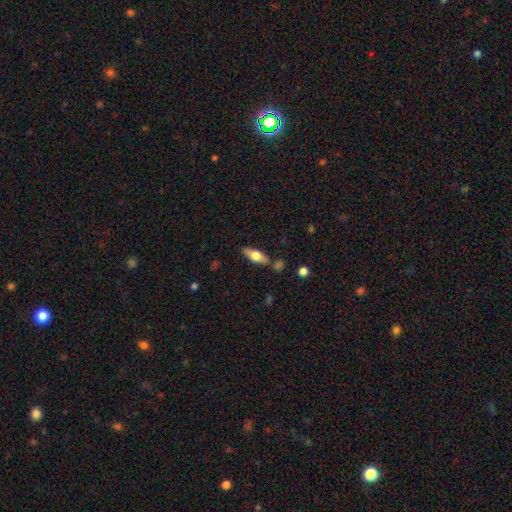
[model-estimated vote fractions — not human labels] Smooth or featured?
  - smooth: 50% *
  - featured or disk: 43%
  - star or artifact: 7%
How rounded?
  - in between: 60% *
  - cigar-shaped: 36%
  - round: 4%
Merging?
  - none: 77% *
  - minor disturbance: 13%
  - merger: 6%
  - major disturbance: 3%